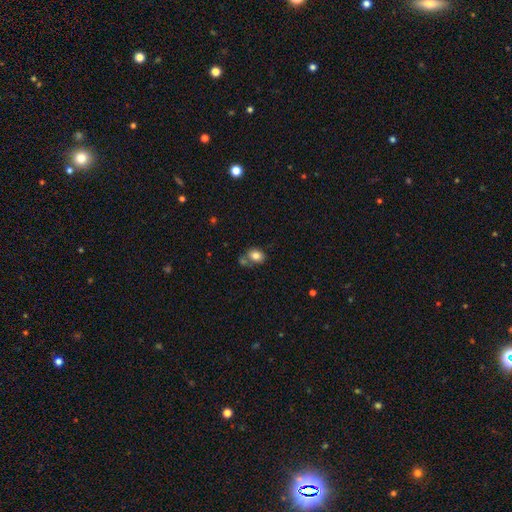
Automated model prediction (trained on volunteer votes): Smooth or featured? Predicted: smooth (p=0.80). How rounded? Predicted: in between (p=0.60). Merging? Predicted: none (p=0.50).